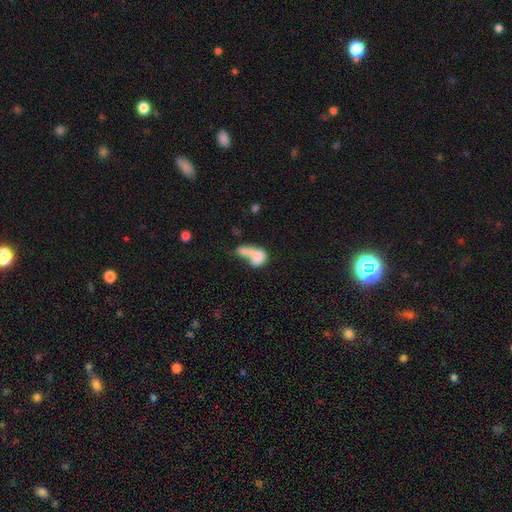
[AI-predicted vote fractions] Overall: smooth (72%). How rounded: in between (63%; round 32%). Merging: merger (65%).